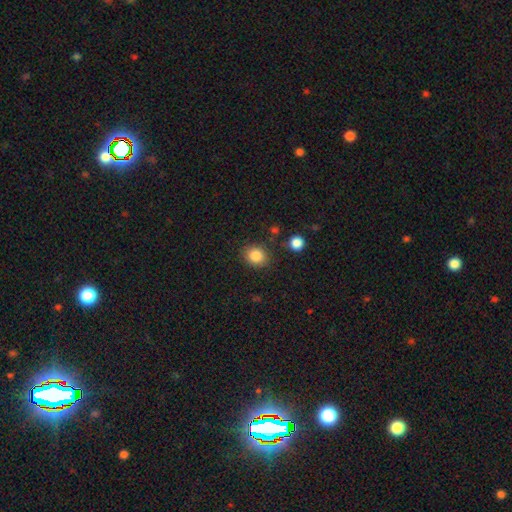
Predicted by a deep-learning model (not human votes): The model was most divided on "how rounded": round: 70%, in between: 29%, cigar-shaped: 1%. More confident: smooth or featured — smooth (85%); merging — none (82%).